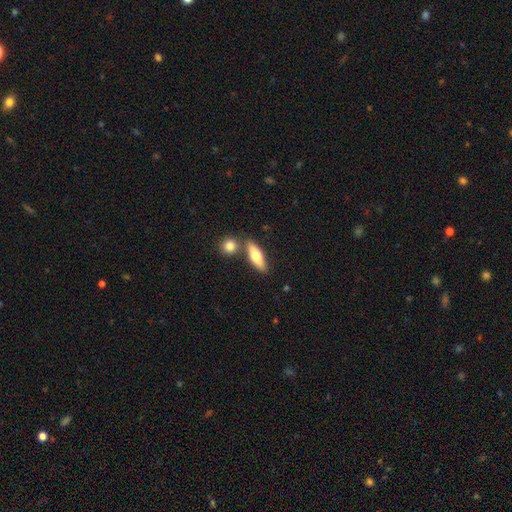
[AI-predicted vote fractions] This is likely a smooth galaxy (65%). How rounded: possibly in between (51%). Merging: likely none (69%).